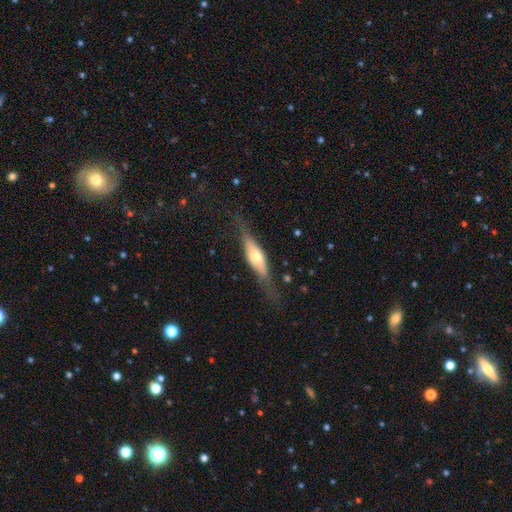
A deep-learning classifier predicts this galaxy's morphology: This is possibly a featured or disk galaxy (55%). It is clearly viewed edge-on (84%). Merging: likely none (70%).